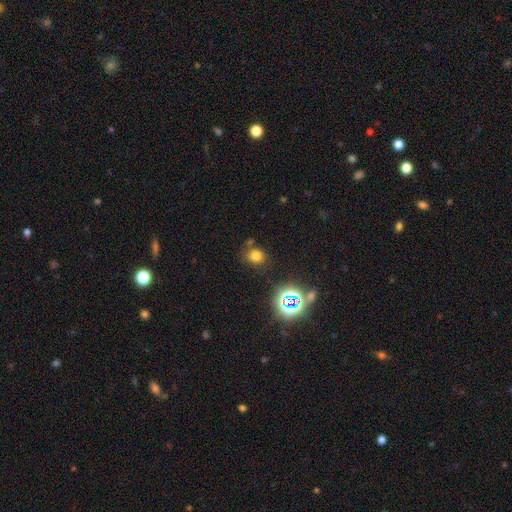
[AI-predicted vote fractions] Smooth or featured? Predicted: smooth (p=0.69). How rounded? Predicted: round (p=0.78). Merging? Predicted: none (p=0.75).